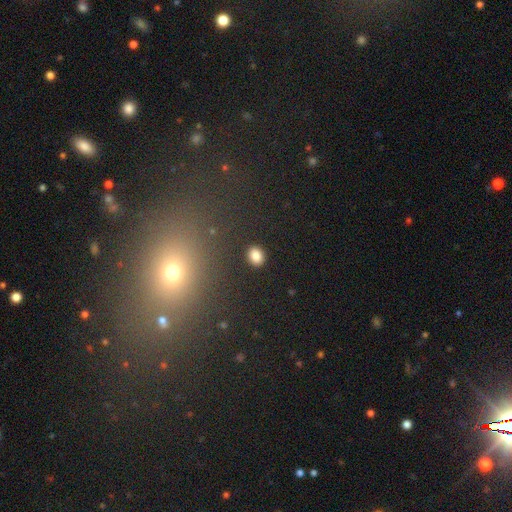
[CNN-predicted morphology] Smooth or featured?
  - smooth: 84% *
  - star or artifact: 11%
  - featured or disk: 5%
How rounded?
  - round: 52% *
  - in between: 47%
  - cigar-shaped: 1%
Merging?
  - none: 89% *
  - minor disturbance: 7%
  - major disturbance: 2%
  - merger: 1%